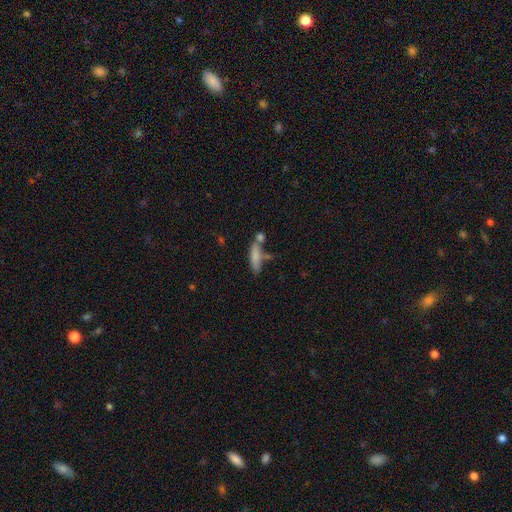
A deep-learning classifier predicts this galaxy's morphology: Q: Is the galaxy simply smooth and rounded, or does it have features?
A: smooth — 77%.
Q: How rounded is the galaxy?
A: cigar-shaped — 58%.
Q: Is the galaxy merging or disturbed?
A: none — 46%.